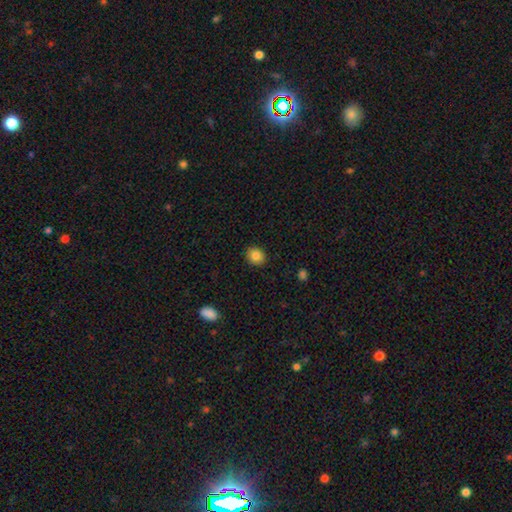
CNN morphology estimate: The model was most divided on "how rounded": round: 72%, in between: 27%, cigar-shaped: 1%. More confident: merging — none (90%); smooth or featured — smooth (84%).